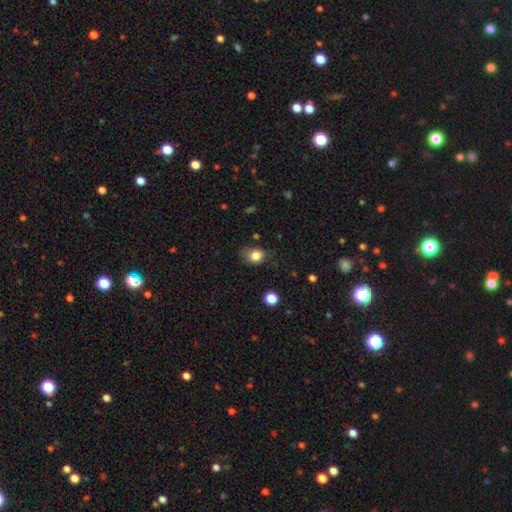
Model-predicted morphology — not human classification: A smooth galaxy with no disk features (81%) that is in between round and cigar-shaped (52%). Merging: none (59%).